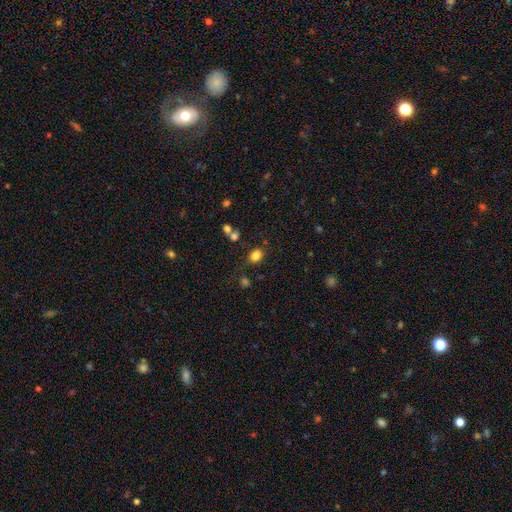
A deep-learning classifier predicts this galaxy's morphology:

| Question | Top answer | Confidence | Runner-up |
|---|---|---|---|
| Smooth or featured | smooth | 82% | star or artifact (12%) |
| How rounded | in between | 58% | round (41%) |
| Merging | none | 78% | minor disturbance (12%) |